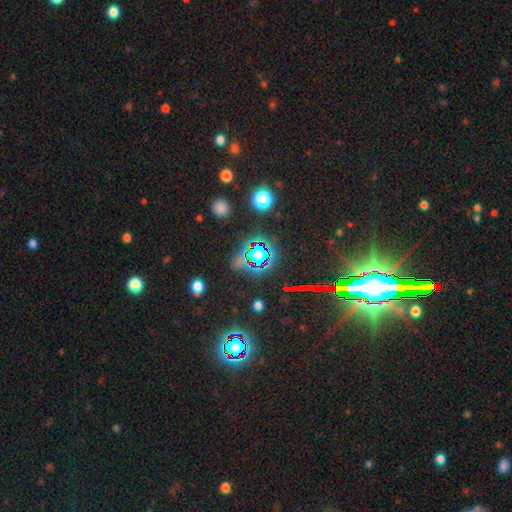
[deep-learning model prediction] A star or artifact, not a galaxy (81%).

Vote fractions:
- Smooth or featured? star or artifact: 81% / smooth: 11% / featured or disk: 8%